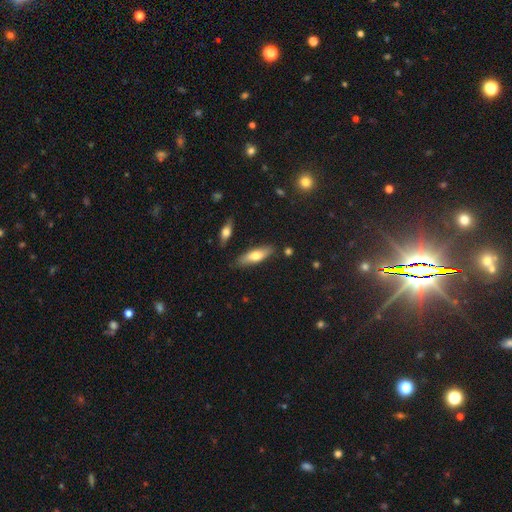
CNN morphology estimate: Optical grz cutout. It shows a smooth galaxy with no disk features (66%) that is cigar-shaped (50%). Merging: none (82%).